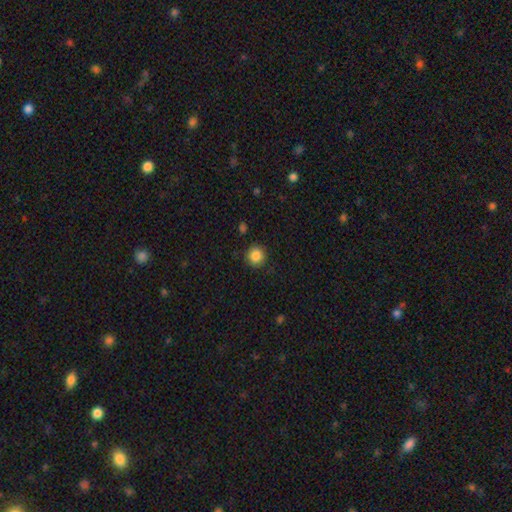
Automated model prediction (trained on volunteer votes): Overall: smooth (86%). How rounded: round (91%). Merging: none (88%).